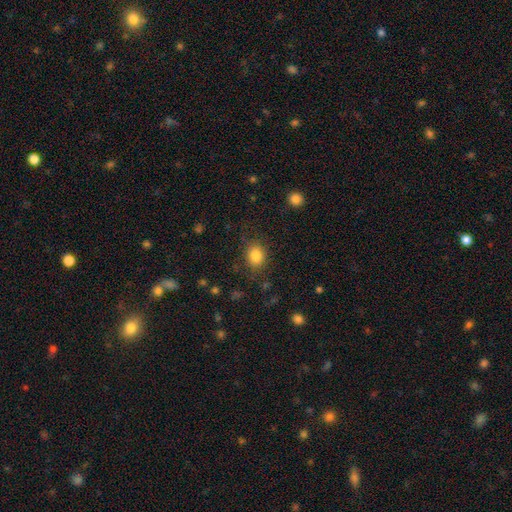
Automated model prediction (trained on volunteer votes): Morphology: type=smooth (83%); roundness=round (52%); merging=none (82%).